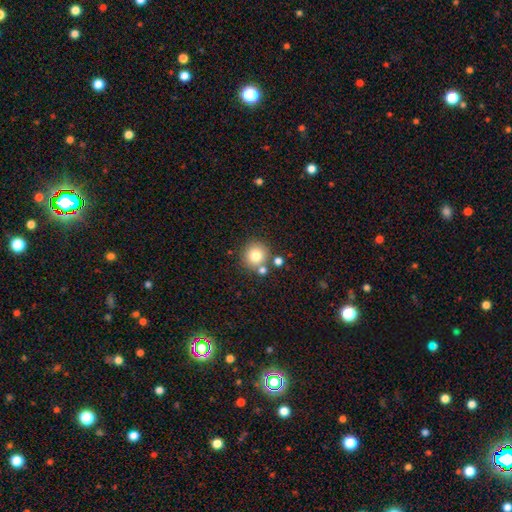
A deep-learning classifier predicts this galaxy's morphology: A smooth galaxy with no disk features (78%) that is round (93%). Merging: none (75%).